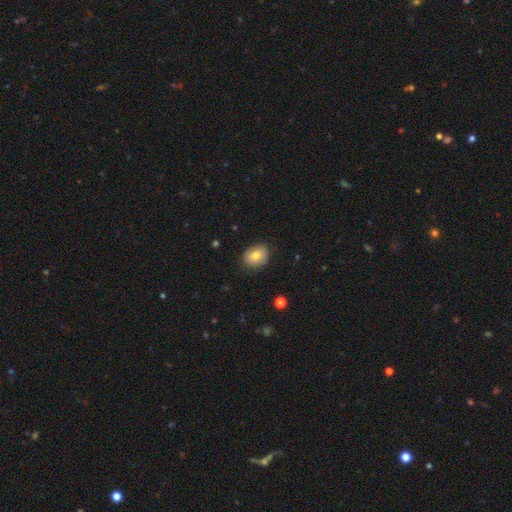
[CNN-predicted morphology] Smooth or featured: smooth — 79% (featured or disk — 12%)
How rounded: in between — 63% (round — 36%)
Merging: none — 82% (minor disturbance — 14%)